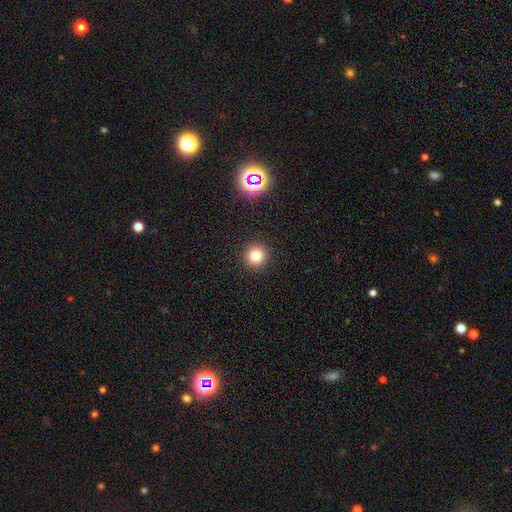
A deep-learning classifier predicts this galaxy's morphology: This appears to be a smooth galaxy with no disk features (79%) that is round (94%). Merging: none (92%).